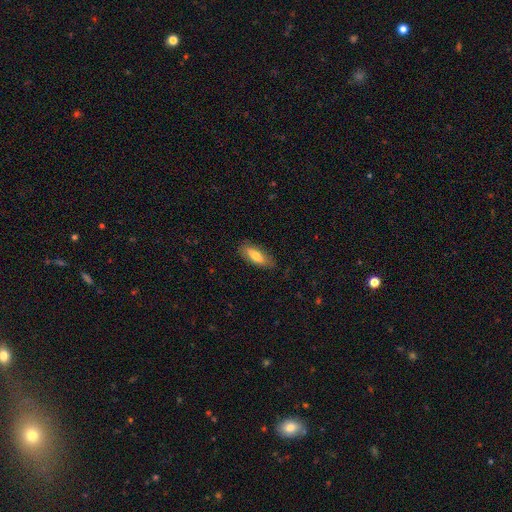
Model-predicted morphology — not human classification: smooth_or_featured: smooth (p=0.70) [alt: featured or disk p=0.24]
how_rounded: in between (p=0.65) [alt: cigar-shaped p=0.32]
merging: none (p=0.82) [alt: minor disturbance p=0.14]